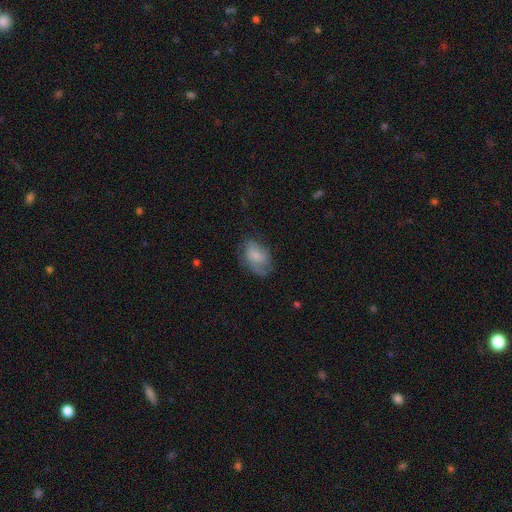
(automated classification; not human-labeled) Q: Smooth or featured?
A: smooth (52%); runner-up: featured or disk (40%)
Q: How rounded?
A: in between (85%); runner-up: round (14%)
Q: Merging?
A: none (55%); runner-up: minor disturbance (27%)